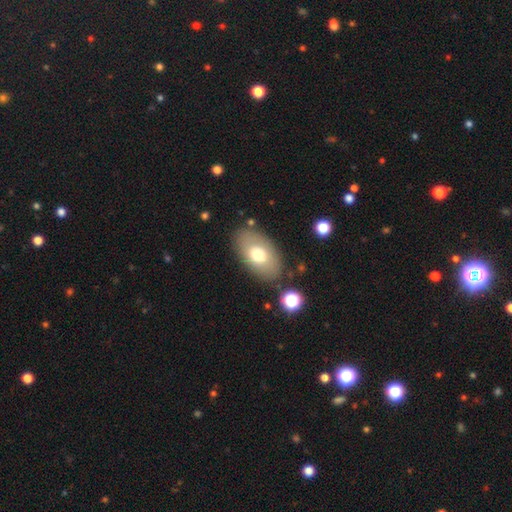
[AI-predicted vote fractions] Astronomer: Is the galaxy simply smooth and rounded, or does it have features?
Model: smooth — 69%.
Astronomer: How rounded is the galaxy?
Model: in between — 91%.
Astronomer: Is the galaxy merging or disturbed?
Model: none — 81%.